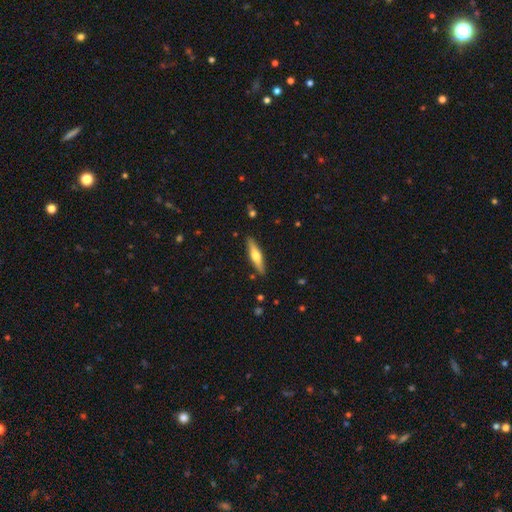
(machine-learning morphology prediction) smooth_or_featured: smooth (p=0.47) [tied with: featured or disk p=0.47]
merging: none (p=0.89) [alt: minor disturbance p=0.08]